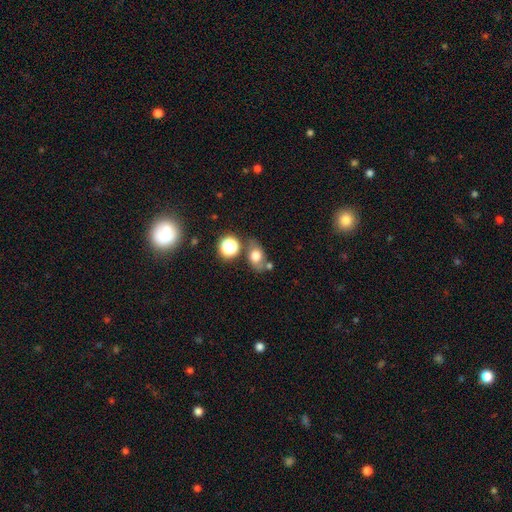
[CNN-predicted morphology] This appears to be a smooth galaxy with no disk features (67%) that is in between round and cigar-shaped (65%). Merging: none (59%).